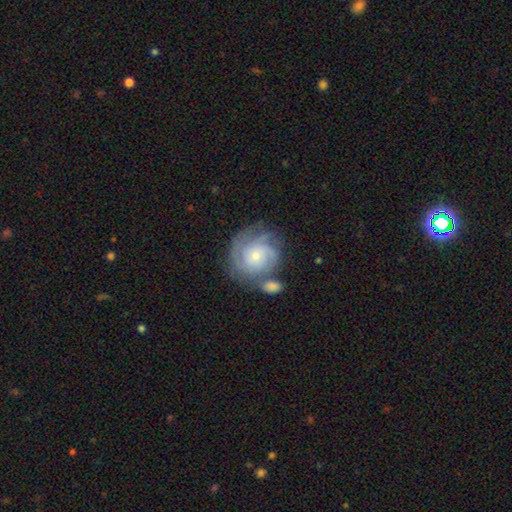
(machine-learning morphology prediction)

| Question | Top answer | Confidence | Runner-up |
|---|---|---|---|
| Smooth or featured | featured or disk | 73% | smooth (20%) |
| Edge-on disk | no | 97% | yes (3%) |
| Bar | no | 78% | weak (19%) |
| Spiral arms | yes | 91% | no (9%) |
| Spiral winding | tight | 62% | medium (29%) |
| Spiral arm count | can't tell | 32% | 3 (27%) |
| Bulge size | small | 66% | moderate (29%) |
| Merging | none | 57% | merger (18%) |